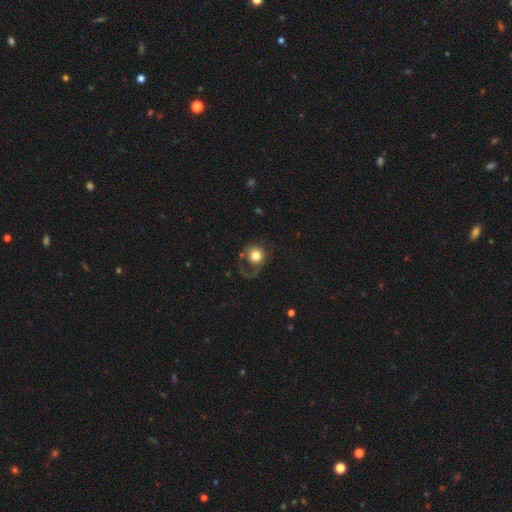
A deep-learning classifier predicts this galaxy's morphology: A smooth galaxy with no disk features (66%) that is round (84%). Merging: none (44%).